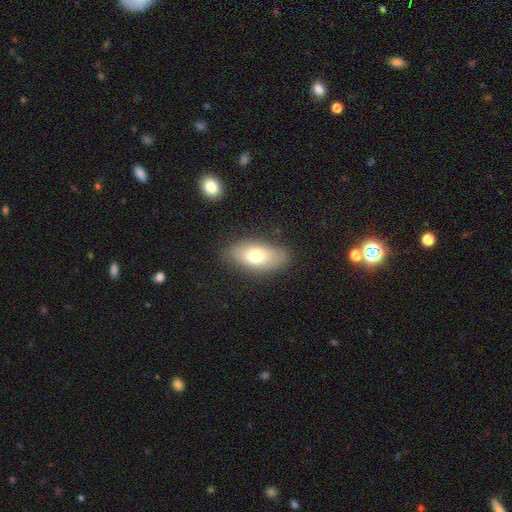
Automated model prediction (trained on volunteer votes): Overall: smooth (72%). How rounded: in between (89%). Merging: none (80%).